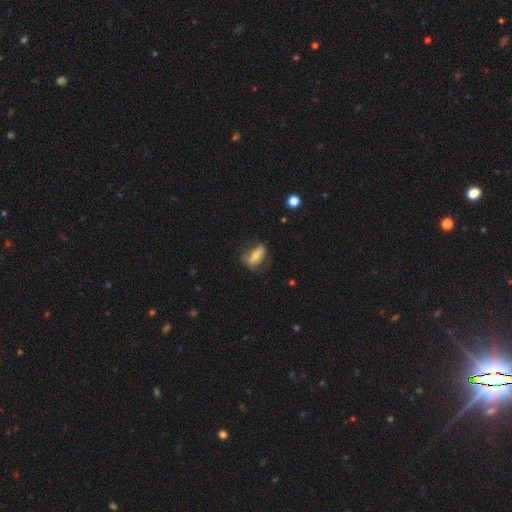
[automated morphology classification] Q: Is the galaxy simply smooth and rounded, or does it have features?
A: smooth — 58%.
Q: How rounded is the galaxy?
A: in between — 81%.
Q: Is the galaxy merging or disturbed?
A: none — 59%.